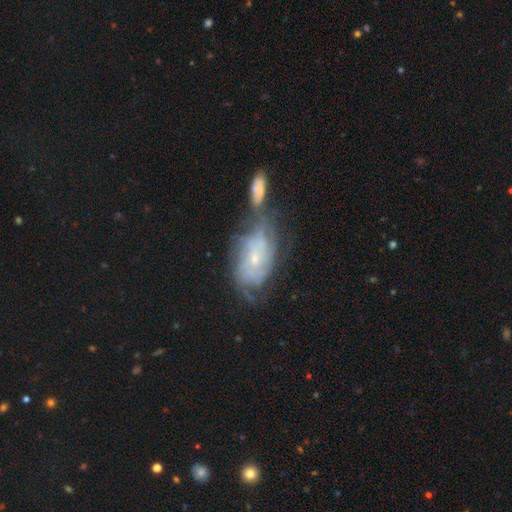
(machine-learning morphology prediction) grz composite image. It shows a featured or disk galaxy (71%) with no bar (73%), tight (60%) spiral arms (85%) and a small central bulge (72%). Merging: merger (35%).